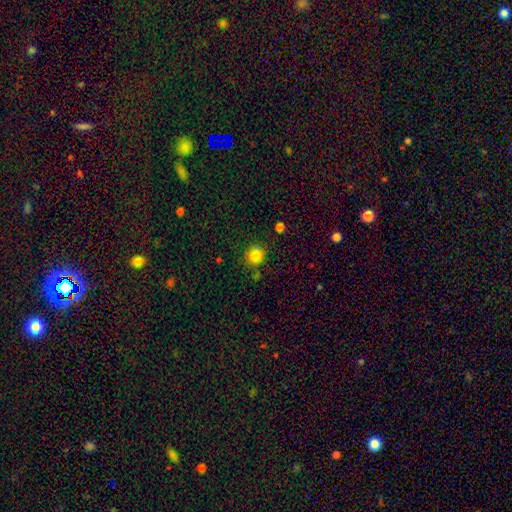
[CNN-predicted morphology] This appears to be a smooth galaxy with no disk features (83%) that is round (89%). Merging: none (76%).